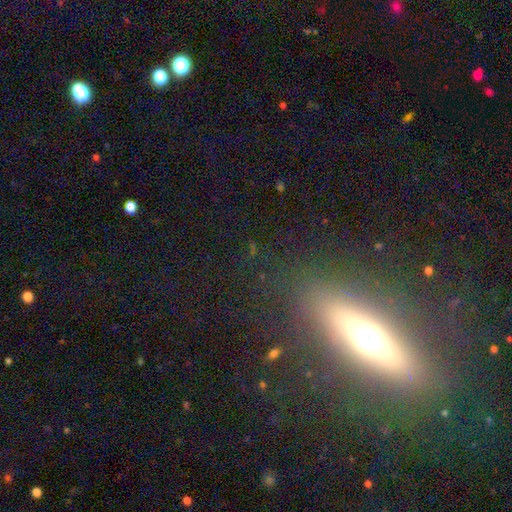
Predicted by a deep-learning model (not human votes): A featured or disk galaxy (47%). Merging: none (82%).